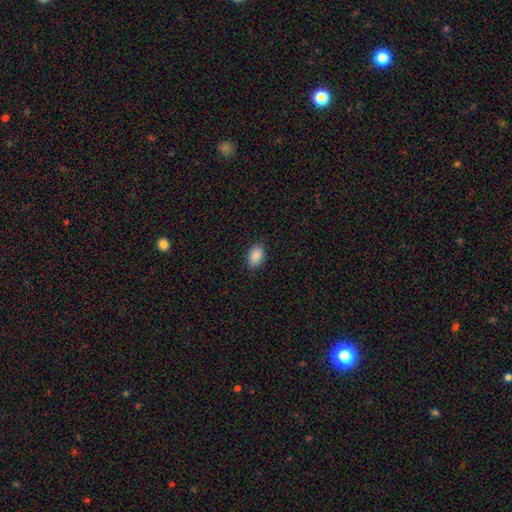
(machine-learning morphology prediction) A smooth galaxy with no disk features (90%) that is in between round and cigar-shaped (87%). Merging: none (87%).